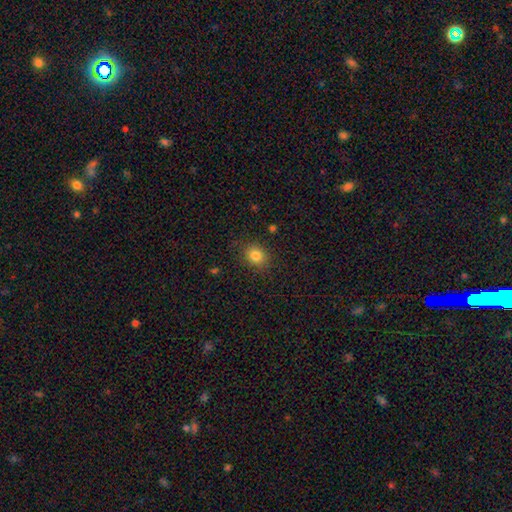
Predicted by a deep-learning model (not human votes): The model was most divided on "how rounded": round: 67%, in between: 33%, cigar-shaped: 1%. More confident: merging — none (86%); smooth or featured — smooth (83%).